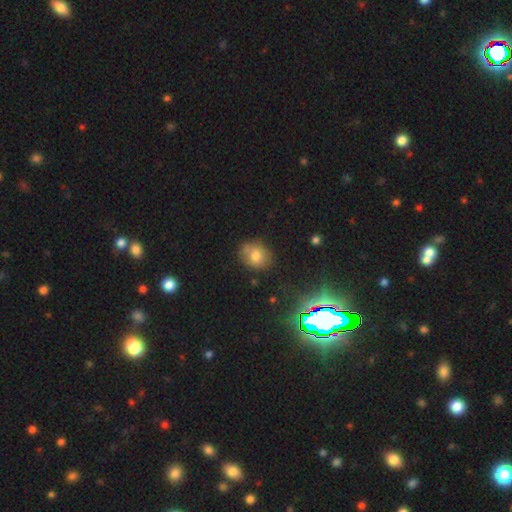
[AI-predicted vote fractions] The model was most divided on "how rounded": round: 52%, in between: 47%, cigar-shaped: 1%. More confident: merging — none (72%); smooth or featured — smooth (70%).